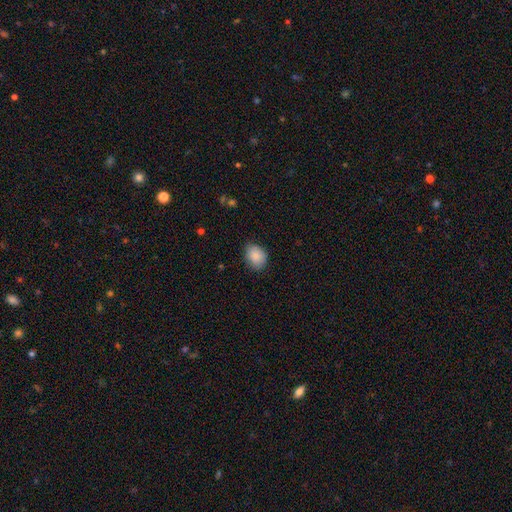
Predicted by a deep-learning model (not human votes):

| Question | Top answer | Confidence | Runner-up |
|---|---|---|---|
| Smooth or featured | smooth | 88% | star or artifact (7%) |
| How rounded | in between | 57% | round (42%) |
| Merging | none | 78% | minor disturbance (18%) |